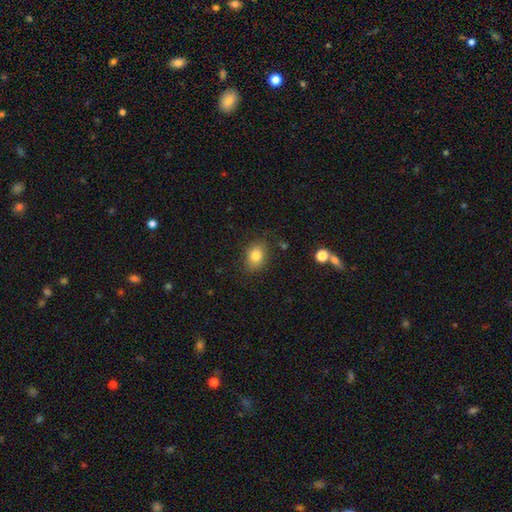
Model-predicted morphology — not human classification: Smooth or featured? smooth (81%)
How rounded? in between (64%)
Merging? none (82%)